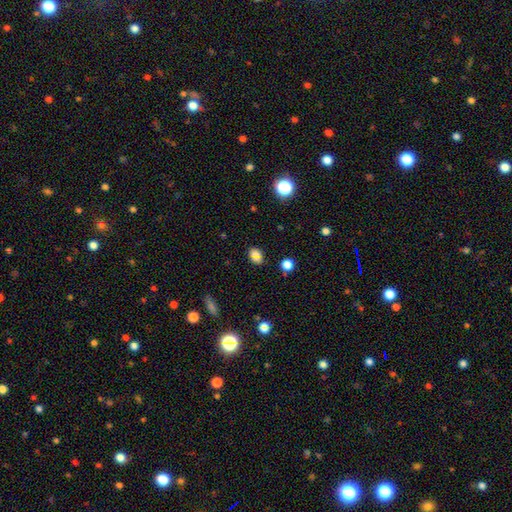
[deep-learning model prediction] Smooth or featured: smooth — 77% (star or artifact — 14%)
How rounded: in between — 68% (round — 31%)
Merging: none — 67% (minor disturbance — 15%)